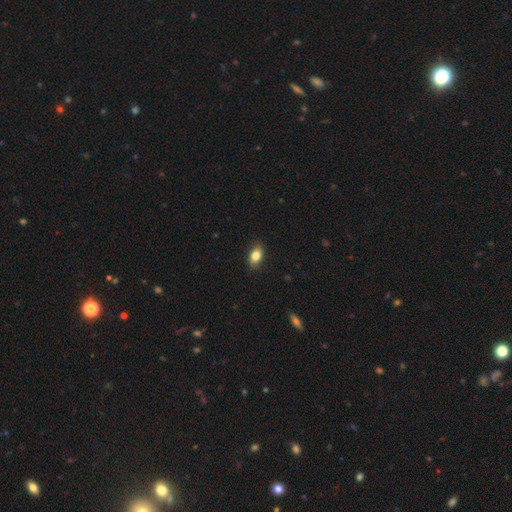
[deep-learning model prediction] A smooth galaxy with no disk features (82%) that is in between round and cigar-shaped (85%). Merging: none (86%).